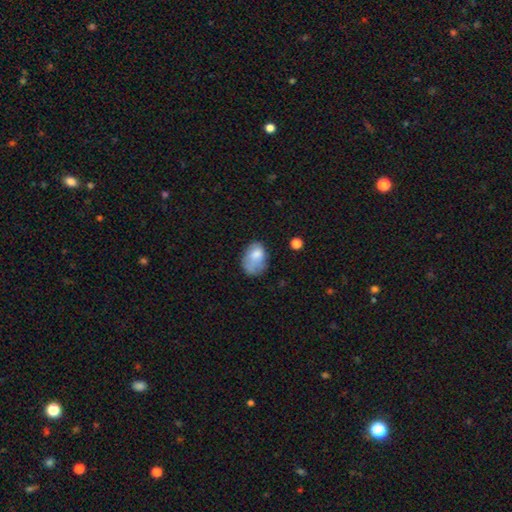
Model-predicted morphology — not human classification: Smooth or featured?
  - smooth: 73% *
  - featured or disk: 18%
  - star or artifact: 9%
How rounded?
  - in between: 80% *
  - round: 19%
  - cigar-shaped: 1%
Merging?
  - none: 42% *
  - minor disturbance: 33%
  - major disturbance: 19%
  - merger: 6%